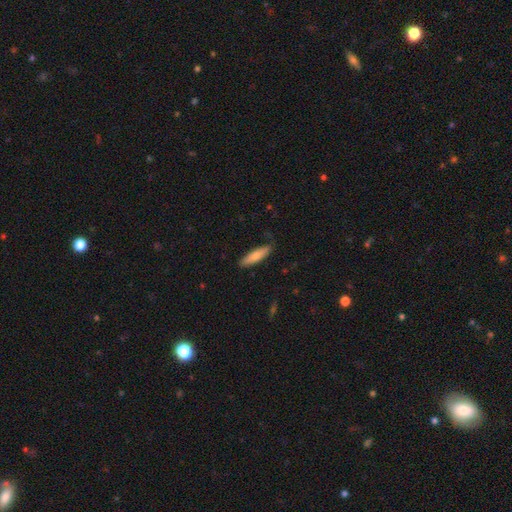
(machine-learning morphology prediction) A smooth galaxy with no disk features (77%) that is cigar-shaped (71%).

Vote fractions:
- Smooth or featured? smooth: 77% / featured or disk: 18% / star or artifact: 6%
- How rounded? cigar-shaped: 71% / in between: 28% / round: 2%
- Merging? none: 85% / minor disturbance: 12% / major disturbance: 2% / merger: 1%